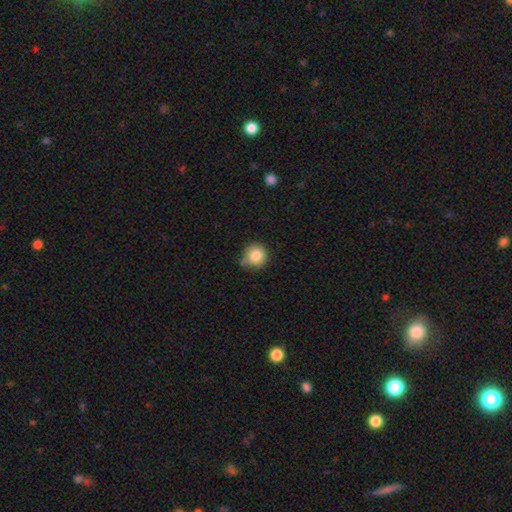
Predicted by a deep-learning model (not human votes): A smooth galaxy with no disk features (84%) that is round (93%).

Vote fractions:
- Smooth or featured? smooth: 84% / star or artifact: 10% / featured or disk: 6%
- How rounded? round: 93% / in between: 6% / cigar-shaped: 1%
- Merging? none: 68% / minor disturbance: 22% / merger: 5% / major disturbance: 4%